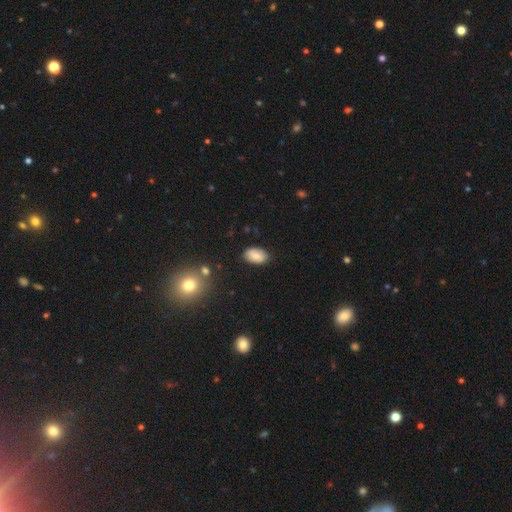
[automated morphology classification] This appears to be a smooth galaxy with no disk features (78%) that is in between round and cigar-shaped (93%). Merging: none (84%).